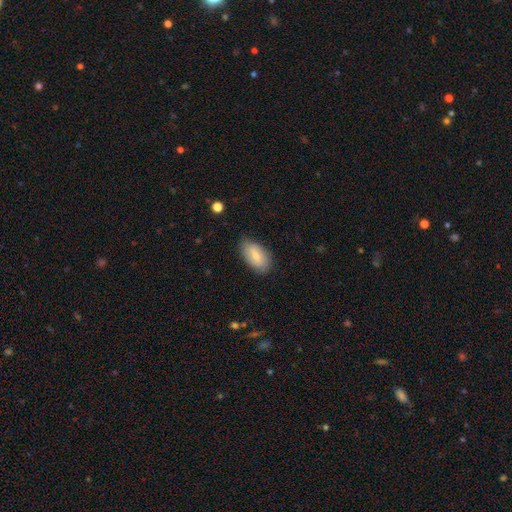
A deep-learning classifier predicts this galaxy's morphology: Overall: smooth (71%). How rounded: in between (93%). Merging: none (76%).